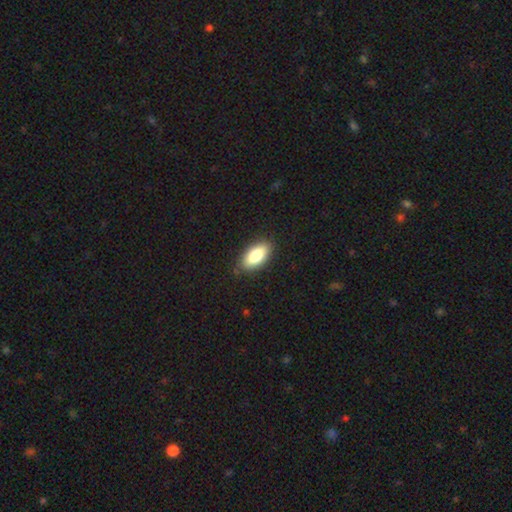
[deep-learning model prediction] Smooth or featured?
  - smooth: 81% *
  - featured or disk: 12%
  - star or artifact: 6%
How rounded?
  - in between: 90% *
  - cigar-shaped: 8%
  - round: 3%
Merging?
  - none: 86% *
  - minor disturbance: 11%
  - major disturbance: 2%
  - merger: 1%